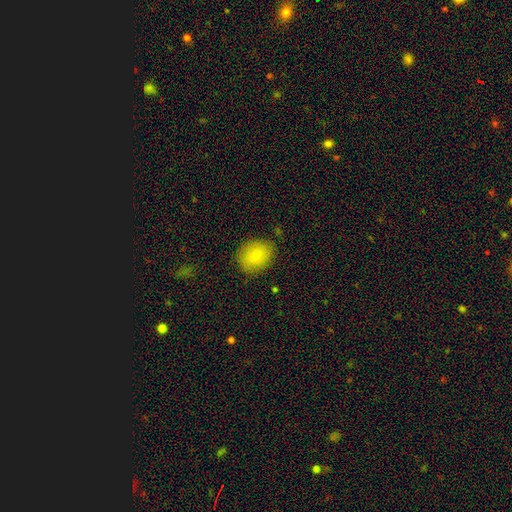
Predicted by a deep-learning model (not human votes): Overall: smooth (80%). How rounded: round (52%; in between 47%). Merging: none (83%).